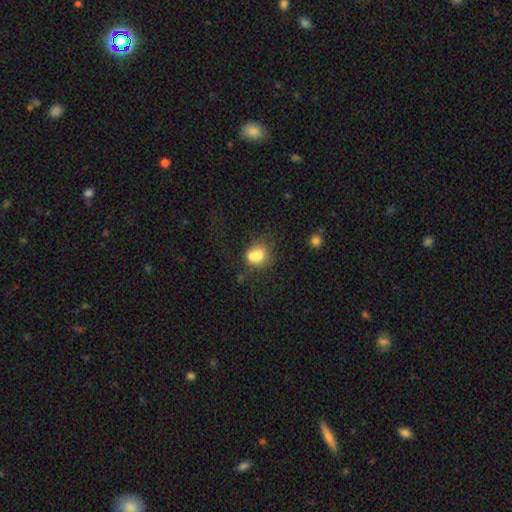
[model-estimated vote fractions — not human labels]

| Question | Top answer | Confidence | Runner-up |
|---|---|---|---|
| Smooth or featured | smooth | 72% | featured or disk (16%) |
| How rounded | in between | 52% | round (47%) |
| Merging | none | 37% | merger (35%) |